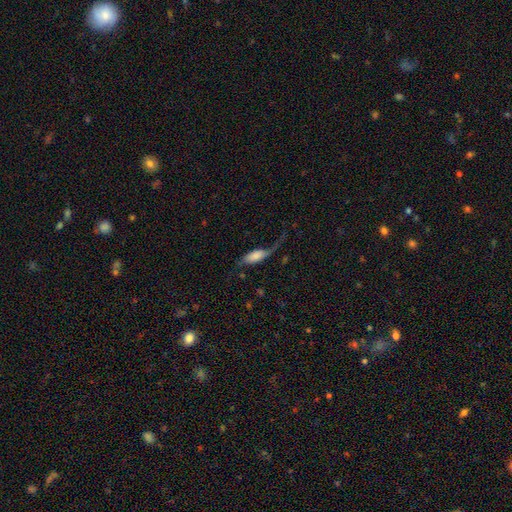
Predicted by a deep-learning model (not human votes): A smooth galaxy with no disk features (58%) that is in between round and cigar-shaped (76%).

Vote fractions:
- Smooth or featured? smooth: 58% / featured or disk: 34% / star or artifact: 8%
- How rounded? in between: 76% / cigar-shaped: 20% / round: 4%
- Merging? major disturbance: 40% / none: 32% / minor disturbance: 23% / merger: 5%